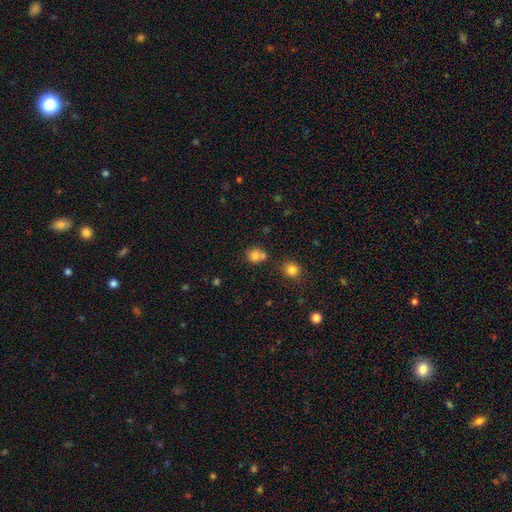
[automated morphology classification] A smooth galaxy with no disk features (79%) that is round (82%). Merging: none (55%).